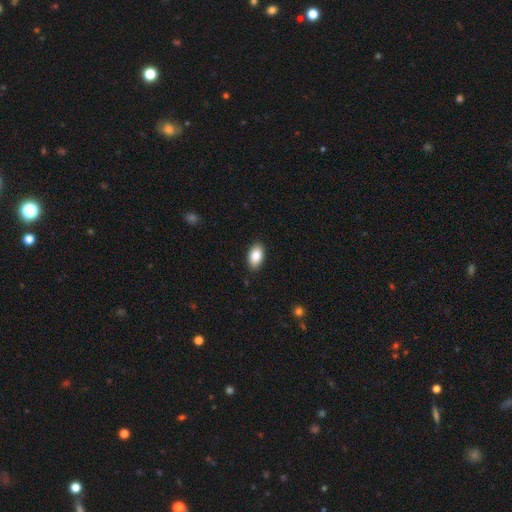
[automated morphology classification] smooth-or-featured: smooth: 86% | featured or disk: 7% | star or artifact: 7%
  how-rounded: in between: 93% | round: 5% | cigar-shaped: 2%
  merging: none: 88% | minor disturbance: 9% | major disturbance: 2% | merger: 1%